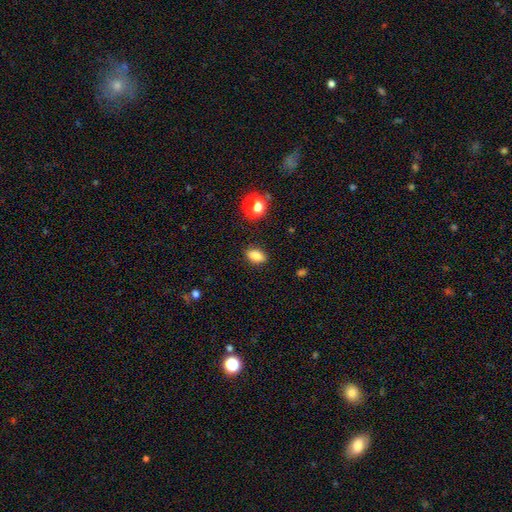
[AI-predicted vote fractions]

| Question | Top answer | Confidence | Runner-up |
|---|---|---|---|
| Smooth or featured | smooth | 83% | star or artifact (10%) |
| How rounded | in between | 83% | round (12%) |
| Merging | none | 88% | minor disturbance (9%) |